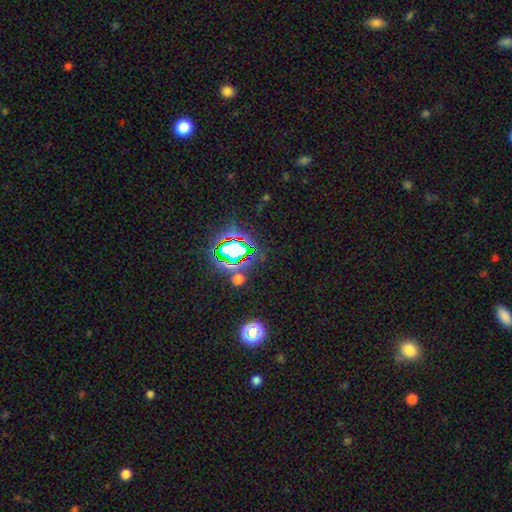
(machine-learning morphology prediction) This appears to be a star or artifact, not a galaxy (79%).